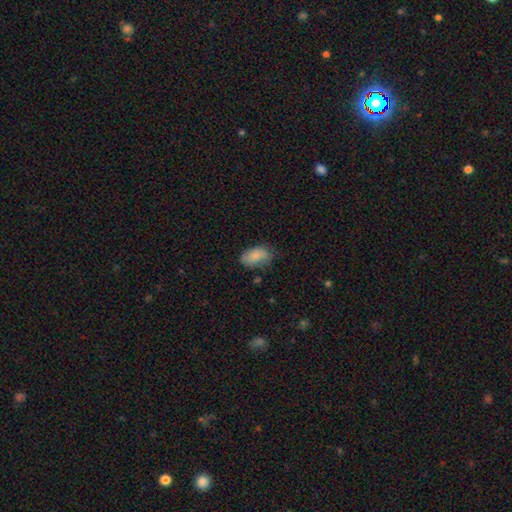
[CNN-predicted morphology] A smooth galaxy with no disk features (84%) that is in between round and cigar-shaped (92%). Merging: none (63%).